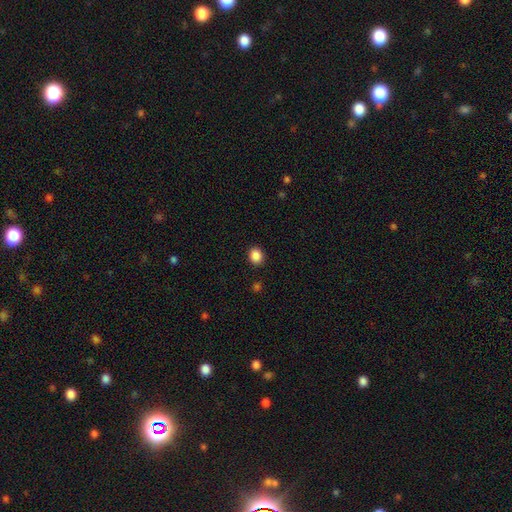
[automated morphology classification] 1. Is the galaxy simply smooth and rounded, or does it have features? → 87% smooth, 9% star or artifact, 3% featured or disk.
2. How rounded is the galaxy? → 58% round, 41% in between, 1% cigar-shaped.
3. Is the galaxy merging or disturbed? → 91% none, 6% minor disturbance, 2% major disturbance, 1% merger.